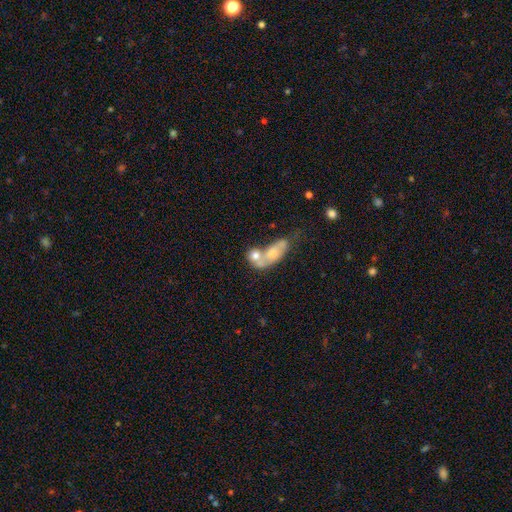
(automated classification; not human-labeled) The model was most divided on "smooth or featured": smooth: 49%, featured or disk: 41%, star or artifact: 10%. More confident: merging — merger (65%).